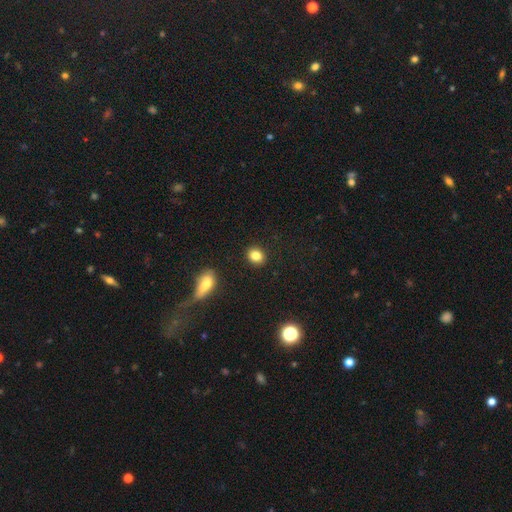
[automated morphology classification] This is clearly a smooth galaxy (84%). How rounded: likely round (62%). Merging: clearly none (90%).